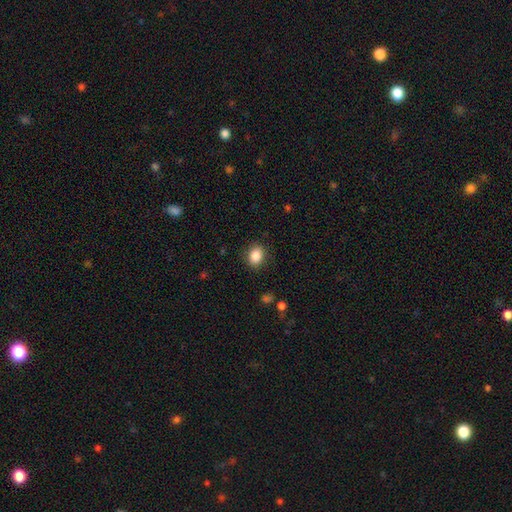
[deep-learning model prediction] A smooth galaxy with no disk features (87%) that is in between round and cigar-shaped (56%). Merging: none (87%).